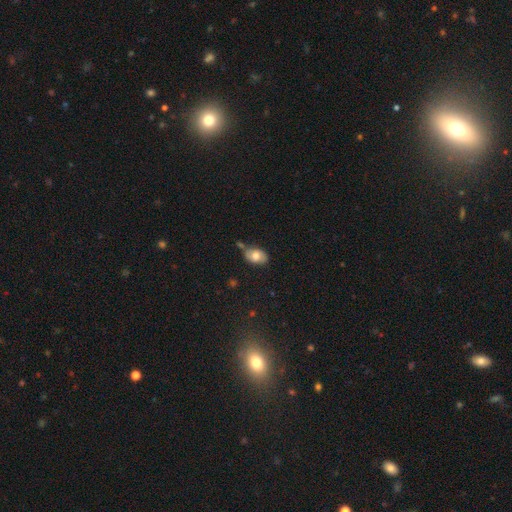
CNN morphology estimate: This appears to be a smooth galaxy with no disk features (75%) that is in between round and cigar-shaped (85%). Merging: none (65%).